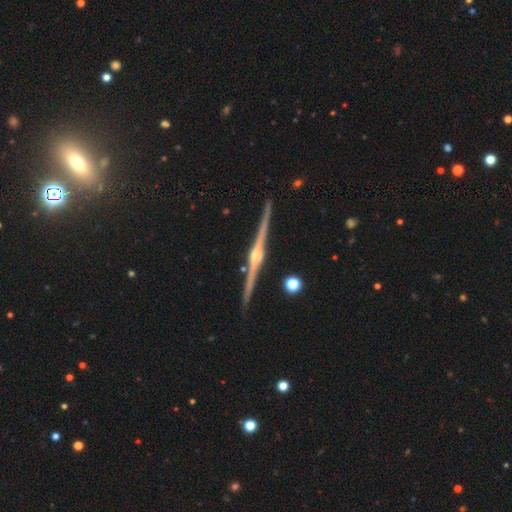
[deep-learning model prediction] featured or disk 92%, star or artifact 4%, smooth 4%. Down the decision tree: edge-on disk — yes (99%); edge-on bulge — rounded (91%); merging — none (92%).